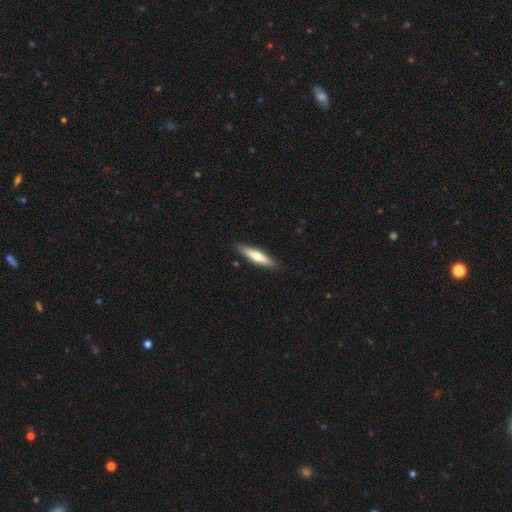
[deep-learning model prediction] The model was most divided on "smooth or featured": smooth: 54%, featured or disk: 41%, star or artifact: 5%. More confident: merging — none (88%); how rounded — cigar-shaped (82%).